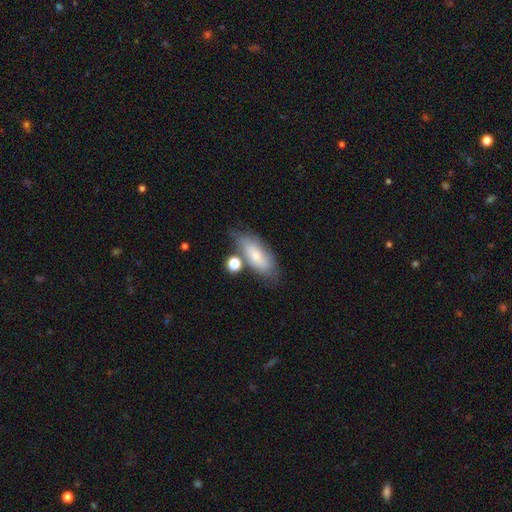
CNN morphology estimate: smooth 70%, featured or disk 22%, star or artifact 7%. Down the decision tree: how rounded — in between (76%); merging — none (58%).